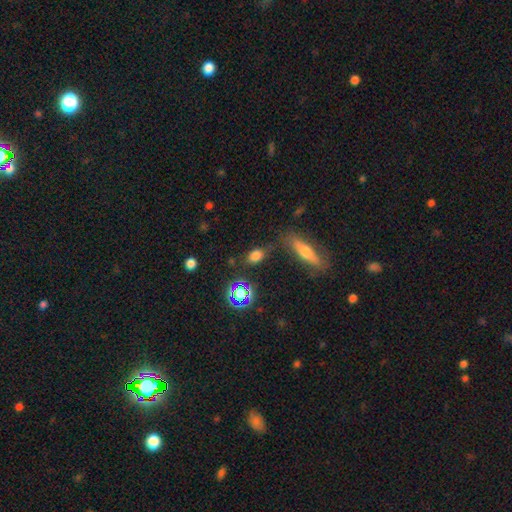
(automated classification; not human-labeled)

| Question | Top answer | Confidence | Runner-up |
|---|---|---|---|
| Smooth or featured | smooth | 73% | star or artifact (18%) |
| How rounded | in between | 74% | round (20%) |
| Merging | none | 76% | minor disturbance (14%) |